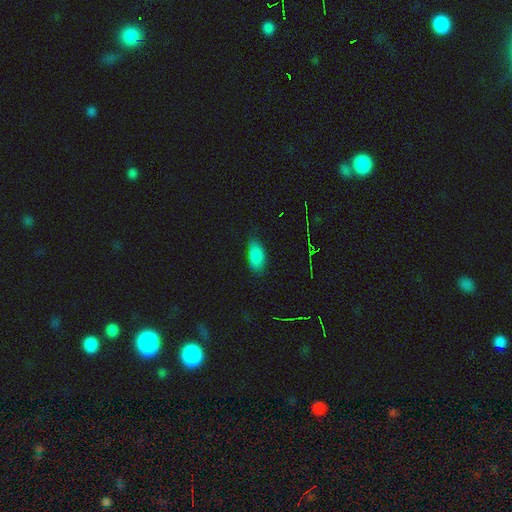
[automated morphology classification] type=smooth (83%); roundness=in between (91%); merging=none (72%).